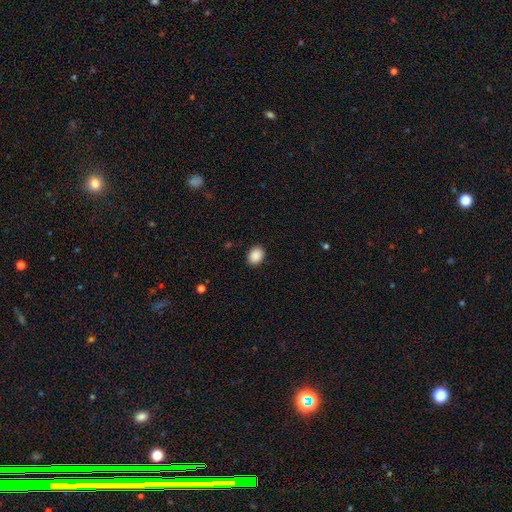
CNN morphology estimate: Q: Smooth or featured?
A: smooth (90%); runner-up: star or artifact (8%)
Q: How rounded?
A: in between (61%); runner-up: round (38%)
Q: Merging?
A: none (90%); runner-up: minor disturbance (7%)